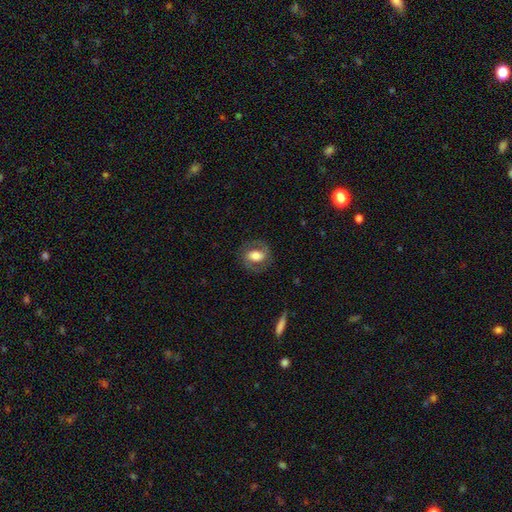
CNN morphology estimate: smooth_or_featured: featured or disk (p=0.53) [alt: smooth p=0.40]
disk_edge_on: no (p=0.95) [alt: yes p=0.05]
bar: weak (p=0.36) [alt: no p=0.35]
has_spiral_arms: yes (p=0.73) [alt: no p=0.27]
bulge_size: moderate (p=0.46) [alt: large p=0.37]
merging: none (p=0.77) [alt: minor disturbance p=0.14]